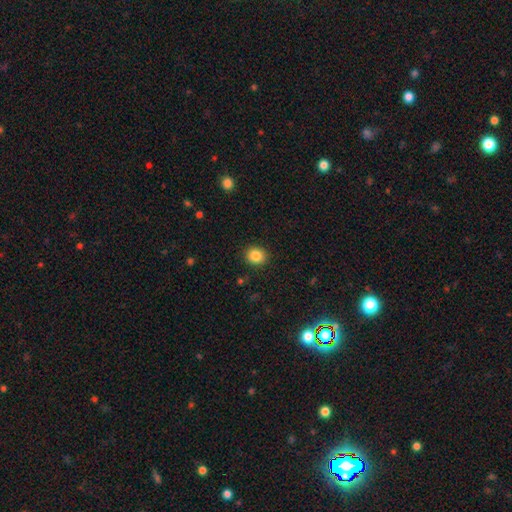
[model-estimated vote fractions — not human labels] This appears to be a smooth galaxy with no disk features (85%) that is round (79%). Merging: none (90%).